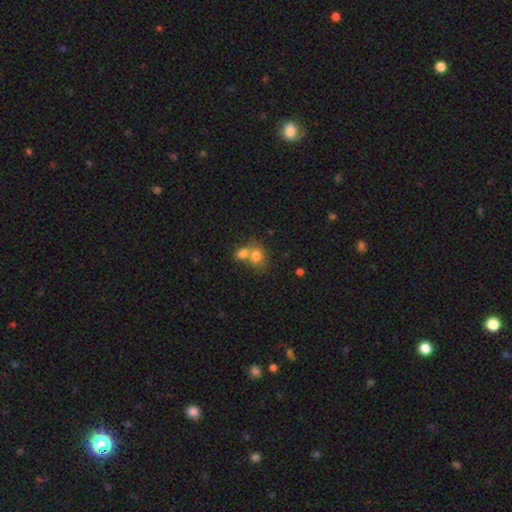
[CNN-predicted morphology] Smooth or featured?
  - smooth: 76% *
  - featured or disk: 14%
  - star or artifact: 10%
How rounded?
  - in between: 55% *
  - round: 44%
  - cigar-shaped: 1%
Merging?
  - merger: 58% *
  - none: 30%
  - minor disturbance: 8%
  - major disturbance: 4%